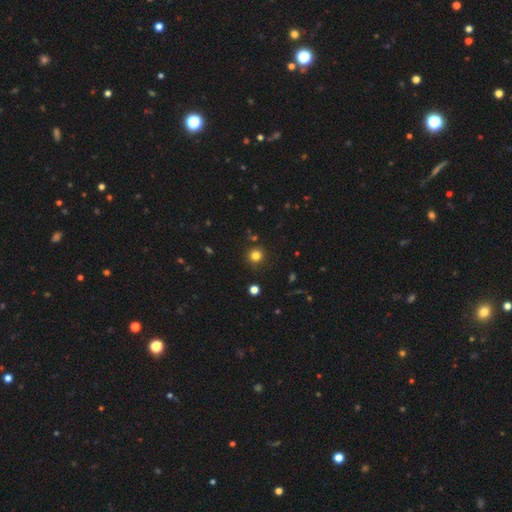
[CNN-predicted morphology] The model was most divided on "smooth or featured": smooth: 80%, star or artifact: 15%, featured or disk: 5%. More confident: how rounded — round (94%); merging — none (89%).